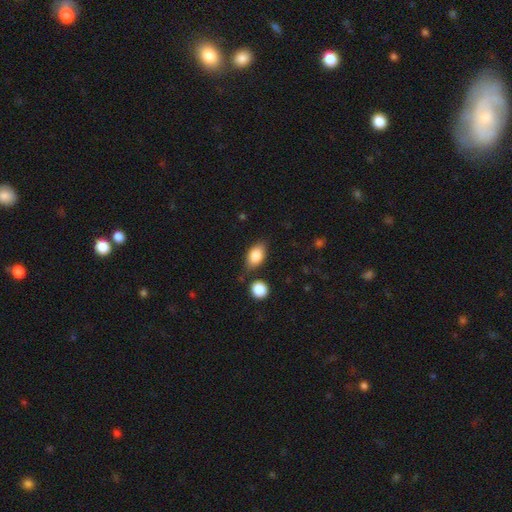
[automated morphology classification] type=smooth (84%); roundness=in between (89%); merging=none (73%).